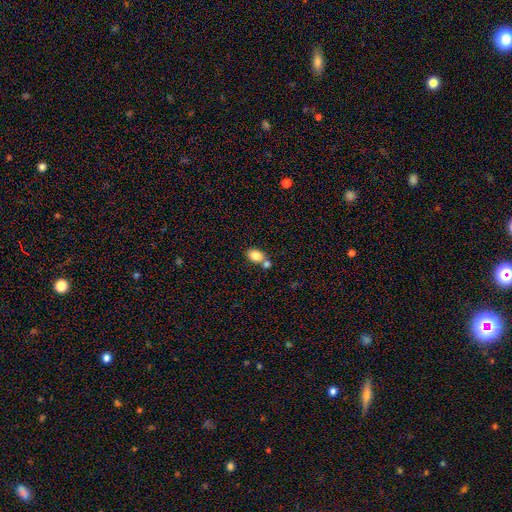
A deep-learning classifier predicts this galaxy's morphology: The model was most divided on "merging": none: 49%, merger: 37%, minor disturbance: 10%, major disturbance: 3%. More confident: smooth or featured — smooth (84%); how rounded — in between (76%).